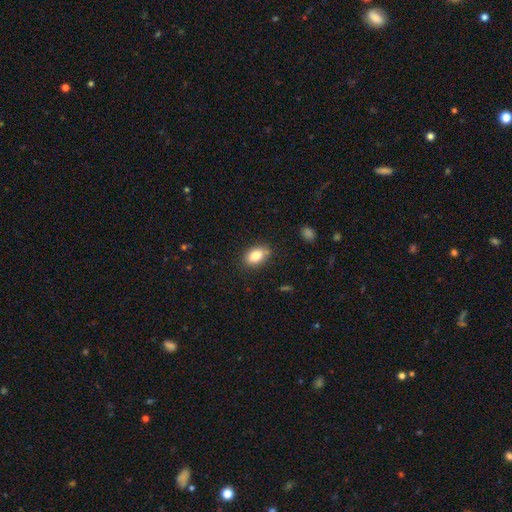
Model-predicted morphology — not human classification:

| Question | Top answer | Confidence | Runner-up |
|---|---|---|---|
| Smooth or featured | smooth | 85% | star or artifact (8%) |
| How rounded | in between | 86% | round (12%) |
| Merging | none | 79% | minor disturbance (15%) |